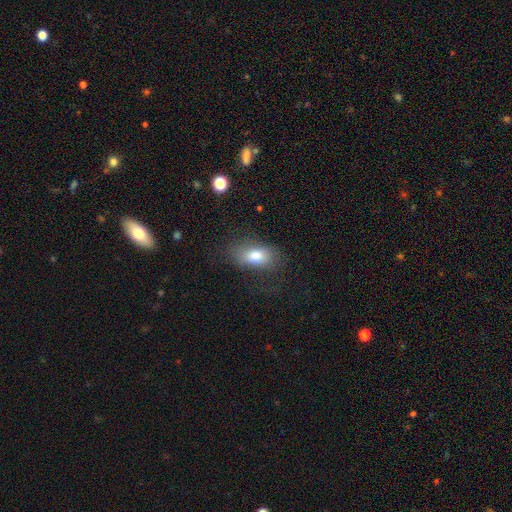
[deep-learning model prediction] Overall: smooth (76%). How rounded: in between (88%). Merging: none (57%; minor disturbance 22%).